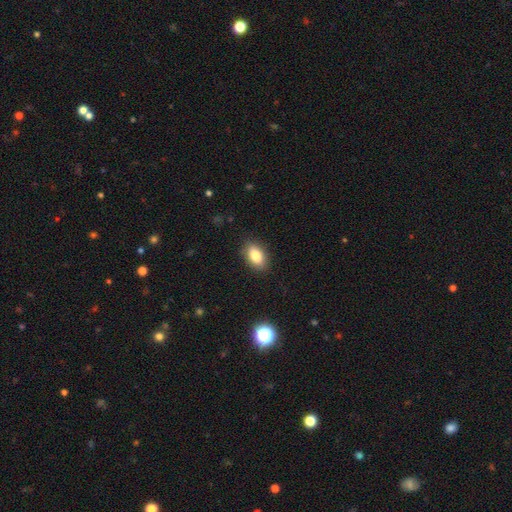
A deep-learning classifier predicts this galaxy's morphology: Smooth or featured?
  - smooth: 82% *
  - featured or disk: 9%
  - star or artifact: 8%
How rounded?
  - in between: 89% *
  - round: 8%
  - cigar-shaped: 3%
Merging?
  - none: 88% *
  - minor disturbance: 9%
  - major disturbance: 2%
  - merger: 1%